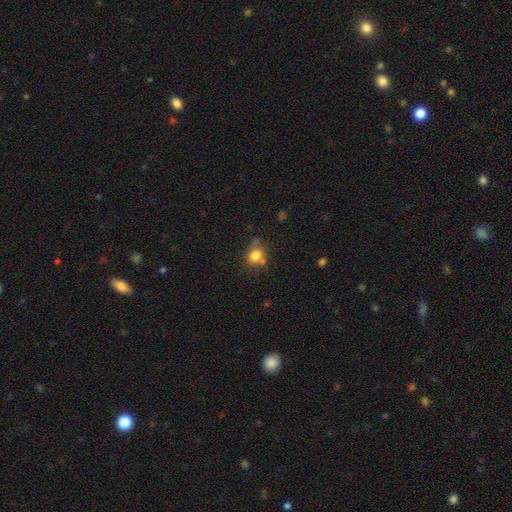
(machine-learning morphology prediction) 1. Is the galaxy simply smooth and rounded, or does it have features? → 78% smooth, 12% star or artifact, 10% featured or disk.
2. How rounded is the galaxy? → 65% round, 34% in between, 1% cigar-shaped.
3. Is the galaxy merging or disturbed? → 60% none, 20% minor disturbance, 15% merger, 6% major disturbance.